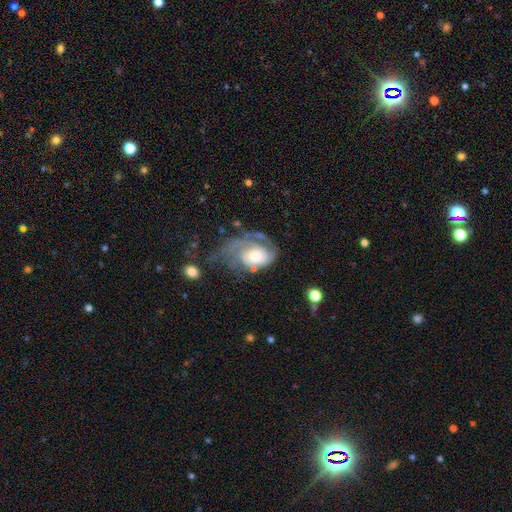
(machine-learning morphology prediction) Smooth or featured: featured or disk — 78% (smooth — 16%)
Edge-on disk: no — 97% (yes — 3%)
Bar: no — 76% (weak — 20%)
Spiral arms: yes — 89% (no — 11%)
Spiral winding: tight — 54% (medium — 31%)
Spiral arm count: 1 — 36% (2 — 29%)
Bulge size: moderate — 53% (large — 28%)
Merging: none — 36% (tied with major disturbance — 36%)